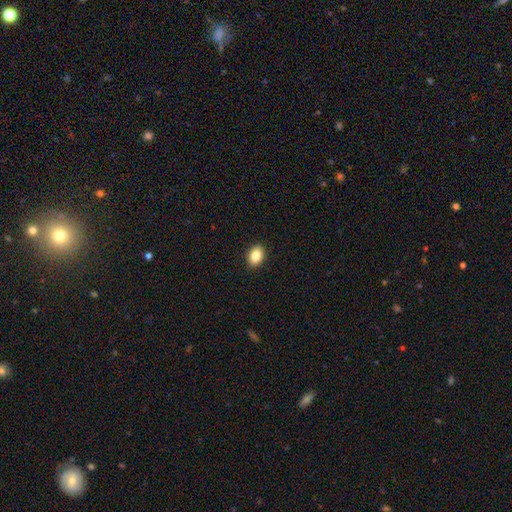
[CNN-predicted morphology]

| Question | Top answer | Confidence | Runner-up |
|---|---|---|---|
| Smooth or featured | smooth | 86% | star or artifact (8%) |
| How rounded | in between | 78% | round (21%) |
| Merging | none | 91% | minor disturbance (6%) |